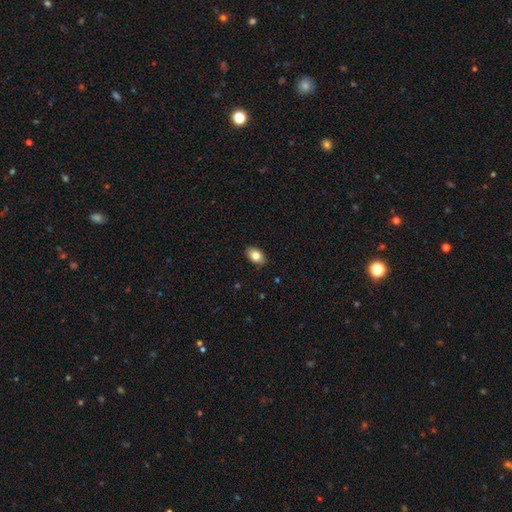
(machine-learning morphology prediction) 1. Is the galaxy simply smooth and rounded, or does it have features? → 82% smooth, 10% featured or disk, 8% star or artifact.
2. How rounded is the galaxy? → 86% in between, 13% round, 1% cigar-shaped.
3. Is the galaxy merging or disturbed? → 86% none, 11% minor disturbance, 2% major disturbance, 1% merger.